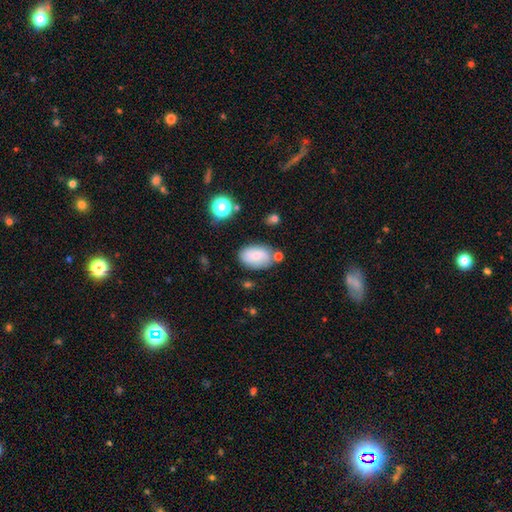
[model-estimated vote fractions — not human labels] Morphology: type=smooth (61%); roundness=in between (88%); merging=none (67%).